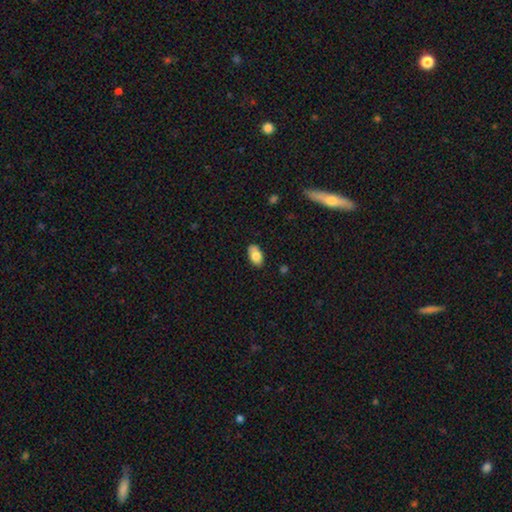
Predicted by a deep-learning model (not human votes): Morphology: type=smooth (80%); roundness=in between (93%); merging=none (84%).